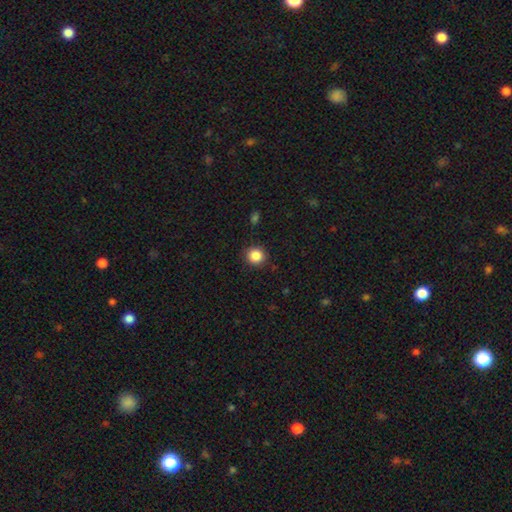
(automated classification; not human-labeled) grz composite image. It shows a smooth galaxy with no disk features (86%) that is round (90%). Merging: none (89%).